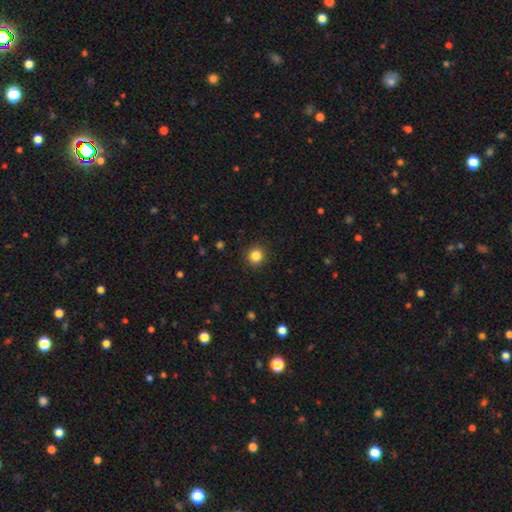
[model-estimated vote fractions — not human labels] Morphology: type=smooth (85%); roundness=round (87%); merging=none (91%).